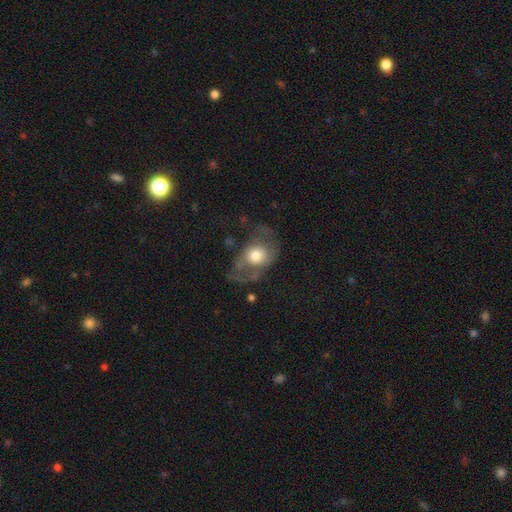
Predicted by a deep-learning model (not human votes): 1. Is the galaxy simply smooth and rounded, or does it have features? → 51% smooth, 41% featured or disk, 7% star or artifact.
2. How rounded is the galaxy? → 60% in between, 38% round, 2% cigar-shaped.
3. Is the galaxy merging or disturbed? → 37% none, 35% major disturbance, 25% minor disturbance, 3% merger.